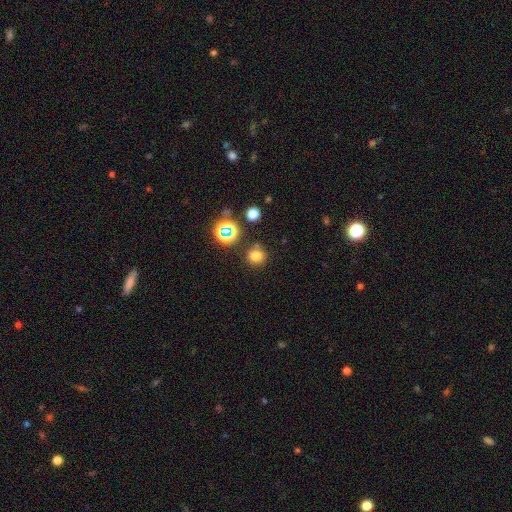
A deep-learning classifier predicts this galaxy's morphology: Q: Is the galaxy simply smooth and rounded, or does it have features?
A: smooth — 73%.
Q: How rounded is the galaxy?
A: round — 88%.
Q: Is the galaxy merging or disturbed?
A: none — 79%.